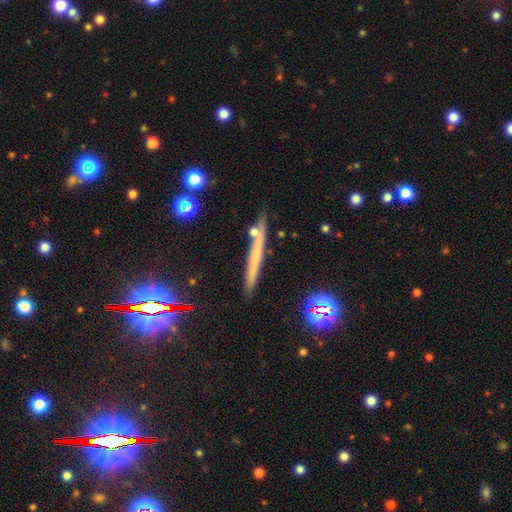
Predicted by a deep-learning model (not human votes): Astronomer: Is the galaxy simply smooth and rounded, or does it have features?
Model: featured or disk — 44% (runner-up: smooth, 39%).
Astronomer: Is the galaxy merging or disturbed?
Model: none — 81%.